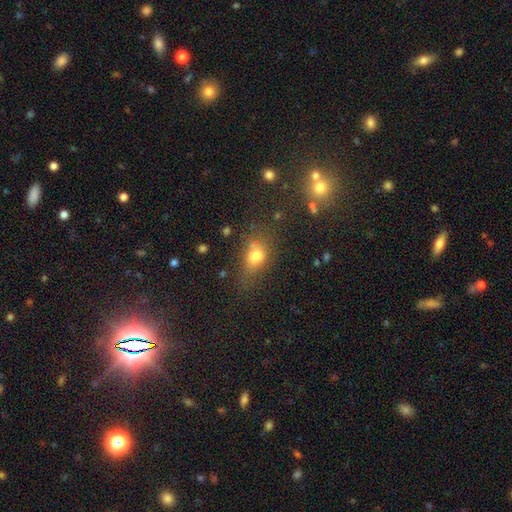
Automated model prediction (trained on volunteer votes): Q: Smooth or featured?
A: smooth (71%); runner-up: star or artifact (16%)
Q: How rounded?
A: in between (64%); runner-up: round (32%)
Q: Merging?
A: none (51%); runner-up: minor disturbance (25%)